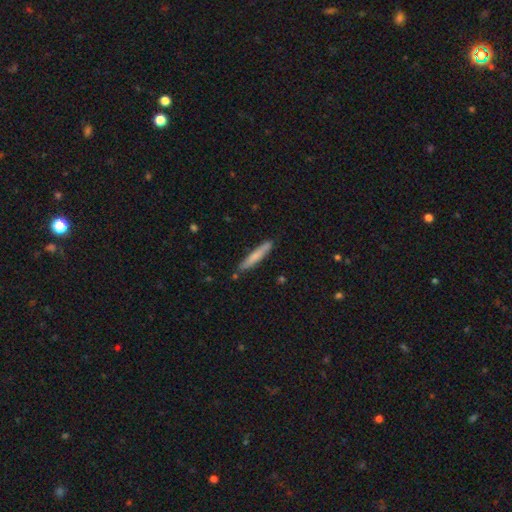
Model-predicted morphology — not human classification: This is likely a smooth galaxy (70%). How rounded: clearly cigar-shaped (94%). Merging: clearly none (84%).